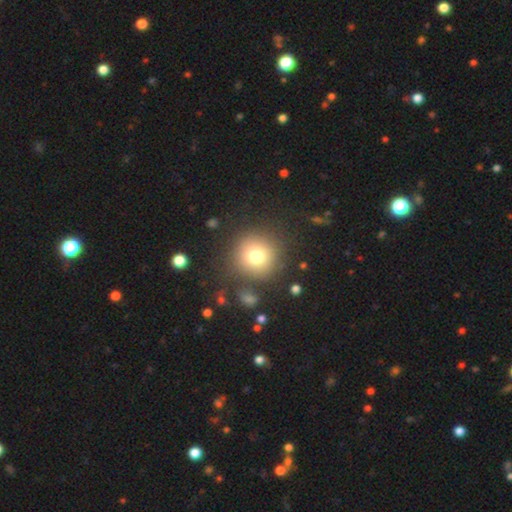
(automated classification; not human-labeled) Smooth or featured? smooth (75%)
How rounded? round (94%)
Merging? none (83%)